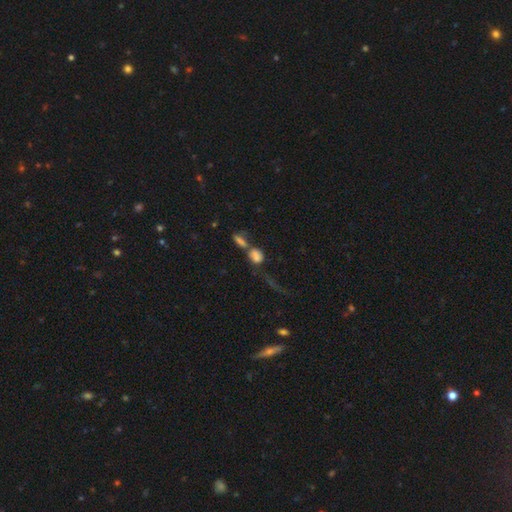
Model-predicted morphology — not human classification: The model was most divided on "merging": merger: 60%, none: 21%, major disturbance: 11%, minor disturbance: 8%. More confident: smooth or featured — smooth (74%); how rounded — in between (68%).